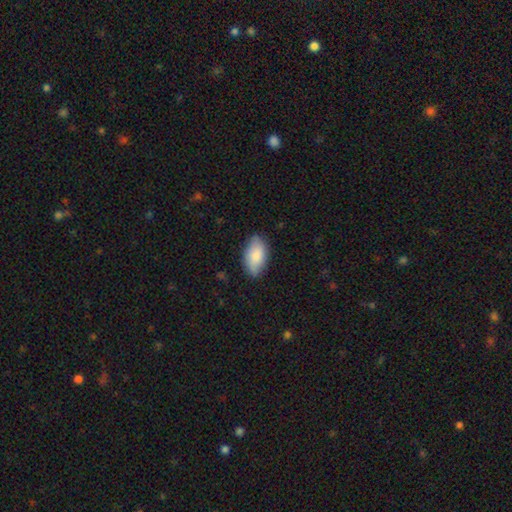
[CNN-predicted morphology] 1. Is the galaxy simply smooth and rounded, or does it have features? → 84% smooth, 10% featured or disk, 6% star or artifact.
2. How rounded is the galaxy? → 95% in between, 3% round, 2% cigar-shaped.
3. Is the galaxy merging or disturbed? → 81% none, 15% minor disturbance, 3% major disturbance, 1% merger.